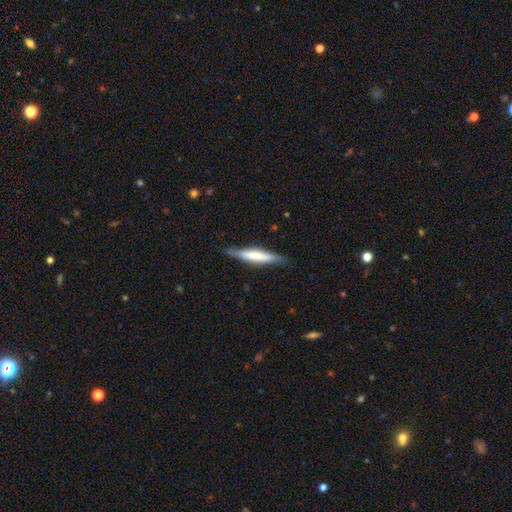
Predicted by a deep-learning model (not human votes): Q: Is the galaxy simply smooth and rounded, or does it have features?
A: smooth — 56%.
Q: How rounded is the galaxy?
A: cigar-shaped — 91%.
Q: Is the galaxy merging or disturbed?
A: none — 84%.